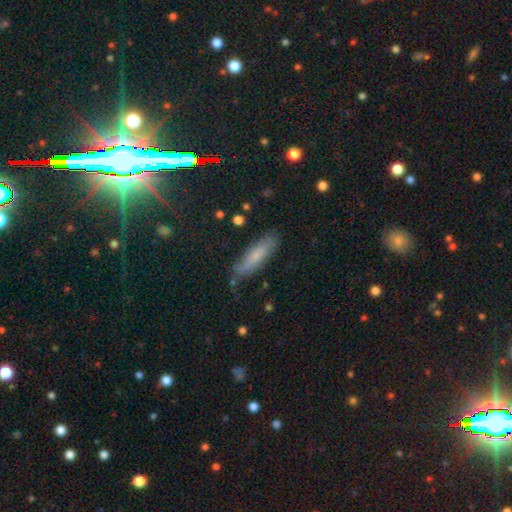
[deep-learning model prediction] Smooth or featured?
  - smooth: 67% *
  - featured or disk: 24%
  - star or artifact: 9%
How rounded?
  - cigar-shaped: 68% *
  - in between: 30%
  - round: 2%
Merging?
  - none: 76% *
  - minor disturbance: 18%
  - major disturbance: 4%
  - merger: 2%